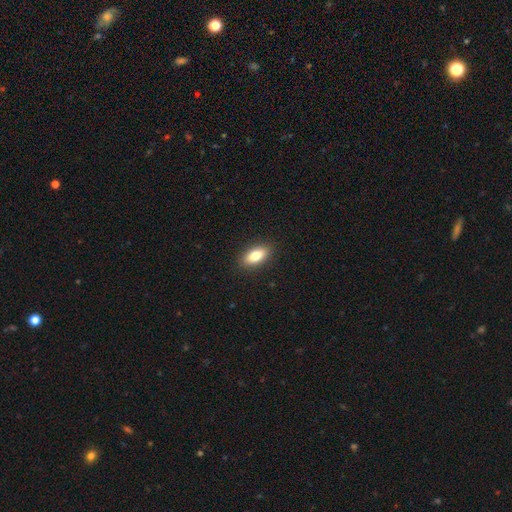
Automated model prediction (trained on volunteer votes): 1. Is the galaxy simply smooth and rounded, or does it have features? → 80% smooth, 13% featured or disk, 7% star or artifact.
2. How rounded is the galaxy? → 86% in between, 9% cigar-shaped, 4% round.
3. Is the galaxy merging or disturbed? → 90% none, 8% minor disturbance, 2% major disturbance, 1% merger.